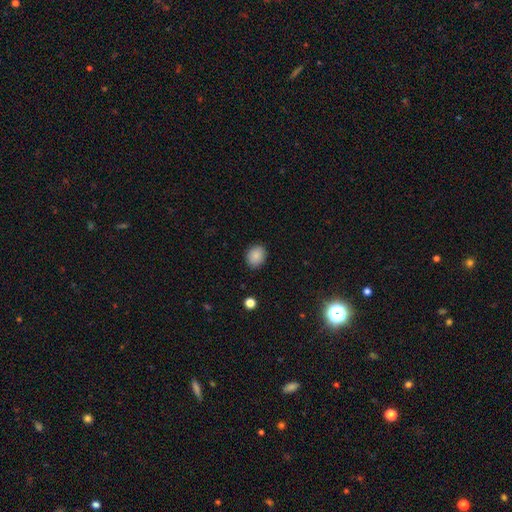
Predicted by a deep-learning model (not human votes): A smooth galaxy with no disk features (87%) that is round (56%). Merging: none (87%).